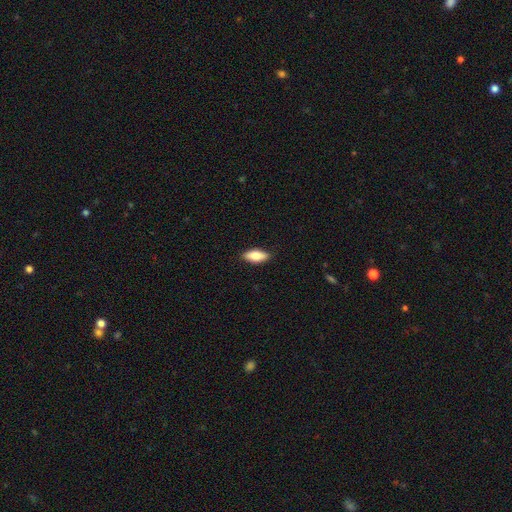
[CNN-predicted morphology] A smooth galaxy with no disk features (82%) that is in between round and cigar-shaped (83%). Merging: none (88%).